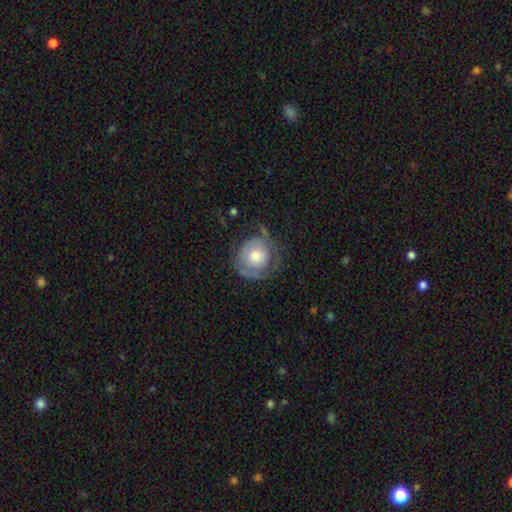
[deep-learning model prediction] Overall: featured or disk (52%; smooth 41%). Edge-on disk: no (96%). Merging: none (54%; minor disturbance 24%).